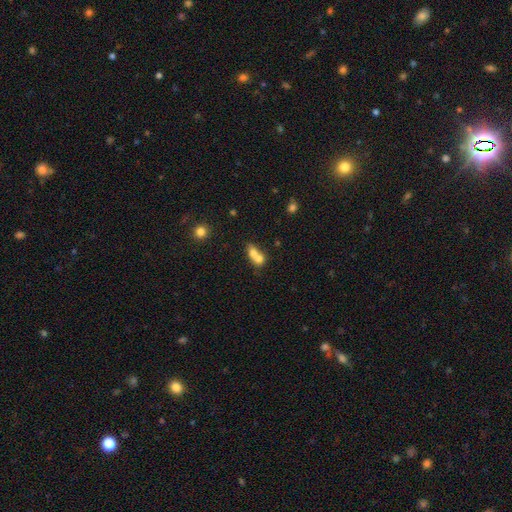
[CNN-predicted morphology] The model was most divided on "how rounded": in between: 53%, round: 43%, cigar-shaped: 4%. More confident: merging — merger (71%); smooth or featured — smooth (71%).